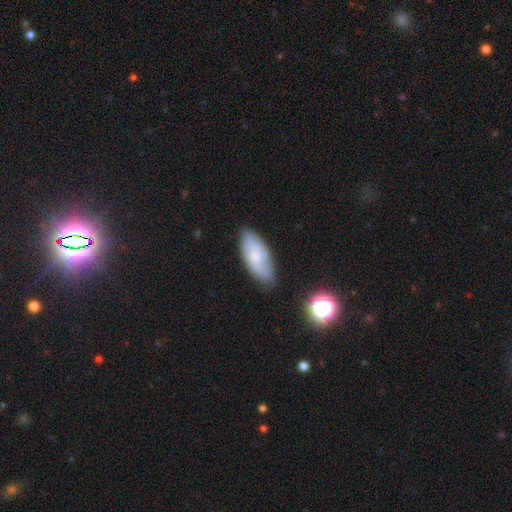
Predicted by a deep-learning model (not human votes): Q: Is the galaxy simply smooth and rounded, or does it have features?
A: smooth — 59%.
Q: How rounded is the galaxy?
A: in between — 85%.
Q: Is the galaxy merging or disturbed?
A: none — 76%.